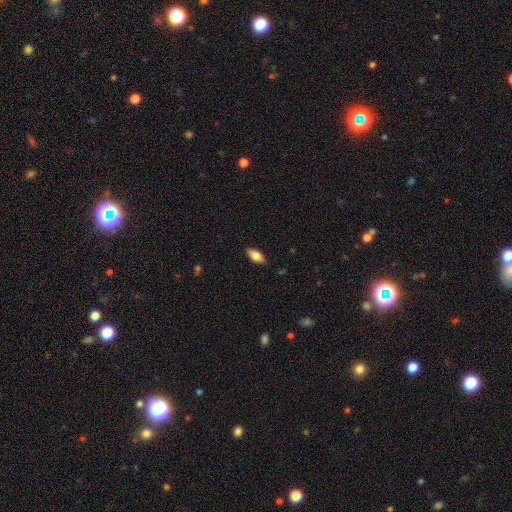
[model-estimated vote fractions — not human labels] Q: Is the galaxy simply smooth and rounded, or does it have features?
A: smooth — 79%.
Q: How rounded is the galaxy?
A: in between — 87%.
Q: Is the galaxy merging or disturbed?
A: none — 86%.